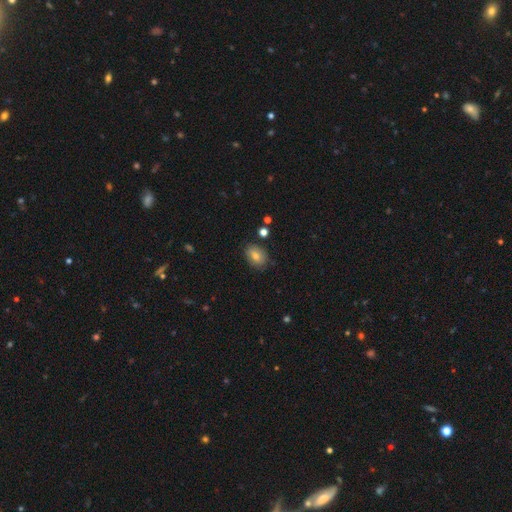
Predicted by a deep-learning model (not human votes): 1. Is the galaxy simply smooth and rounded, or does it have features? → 75% smooth, 14% featured or disk, 11% star or artifact.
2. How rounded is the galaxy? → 70% in between, 29% round, 1% cigar-shaped.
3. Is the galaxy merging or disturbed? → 80% none, 15% minor disturbance, 3% major disturbance, 2% merger.